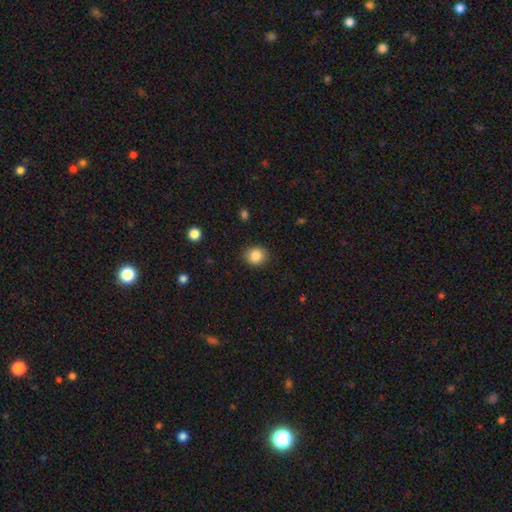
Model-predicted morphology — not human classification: type=smooth (86%); roundness=round (74%); merging=none (87%).